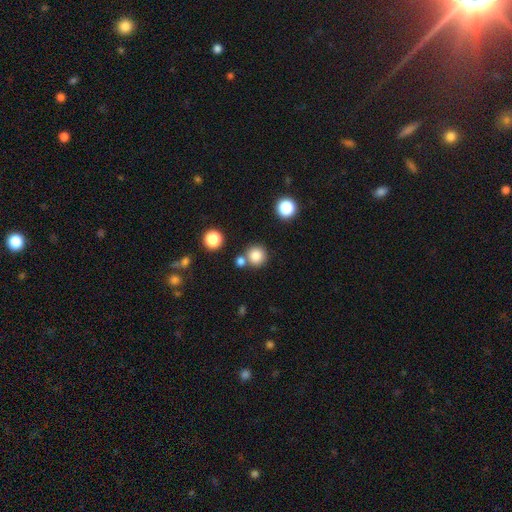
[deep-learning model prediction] A smooth galaxy with no disk features (82%) that is round (93%). Merging: none (74%).